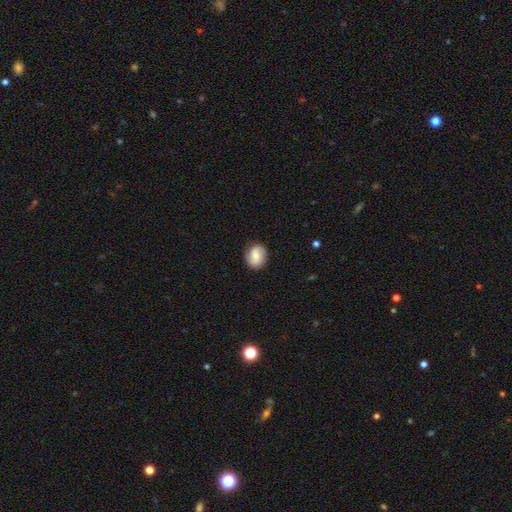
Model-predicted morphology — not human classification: Smooth or featured? Predicted: smooth (p=0.68). How rounded? Predicted: round (p=0.60). Merging? Predicted: none (p=0.83).